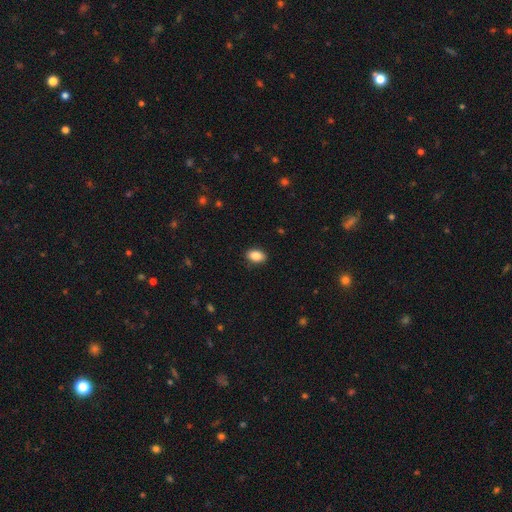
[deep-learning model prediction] smooth_or_featured: smooth (p=0.88) [alt: star or artifact p=0.08]
how_rounded: in between (p=0.89) [alt: round p=0.10]
merging: none (p=0.89) [alt: minor disturbance p=0.08]